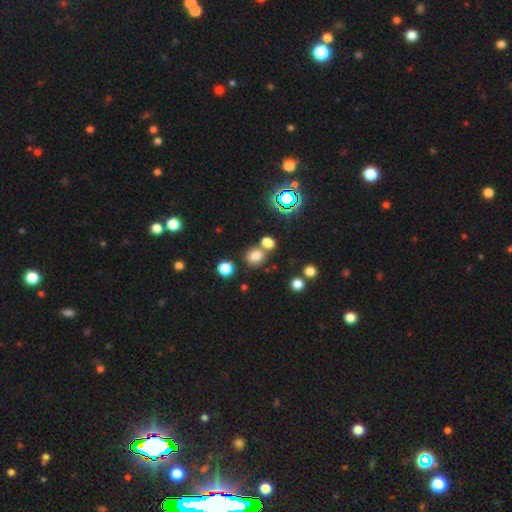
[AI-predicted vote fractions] Morphology: type=smooth (74%); roundness=round (68%); merging=none (62%).